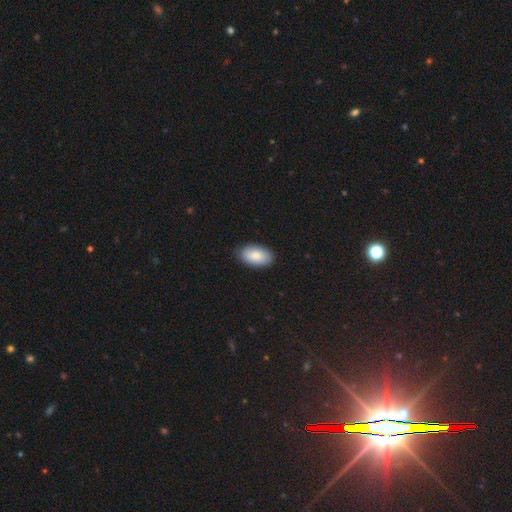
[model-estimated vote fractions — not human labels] Morphology: type=smooth (86%); roundness=in between (95%); merging=none (88%).